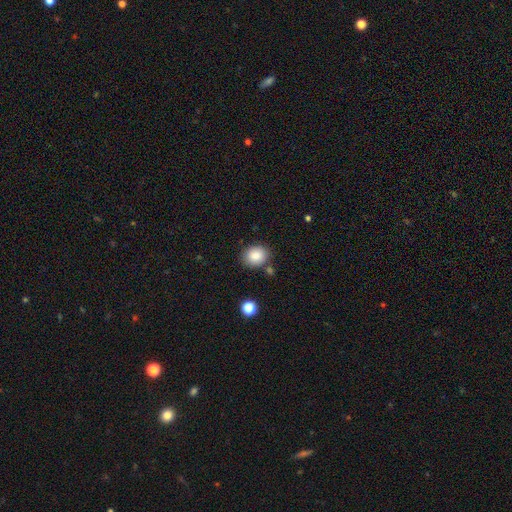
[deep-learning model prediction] This appears to be a smooth galaxy with no disk features (86%) that is round (62%). Merging: none (80%).